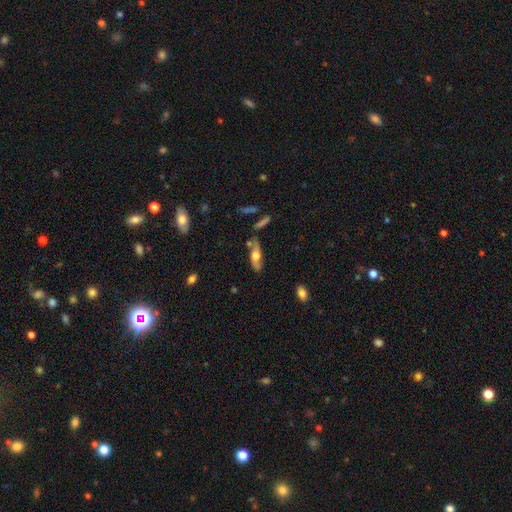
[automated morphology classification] Smooth or featured: featured or disk — 58% (smooth — 36%)
Edge-on disk: yes — 51% (no — 49%)
Merging: none — 68% (minor disturbance — 19%)